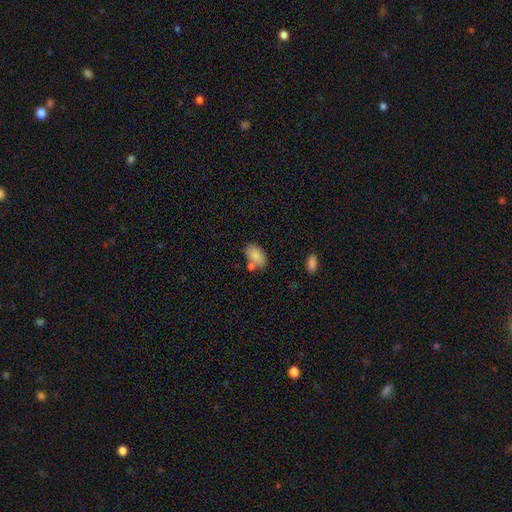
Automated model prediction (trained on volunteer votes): smooth_or_featured: smooth (p=0.83) [alt: featured or disk p=0.09]
how_rounded: in between (p=0.91) [alt: round p=0.07]
merging: none (p=0.53) [alt: merger p=0.23]